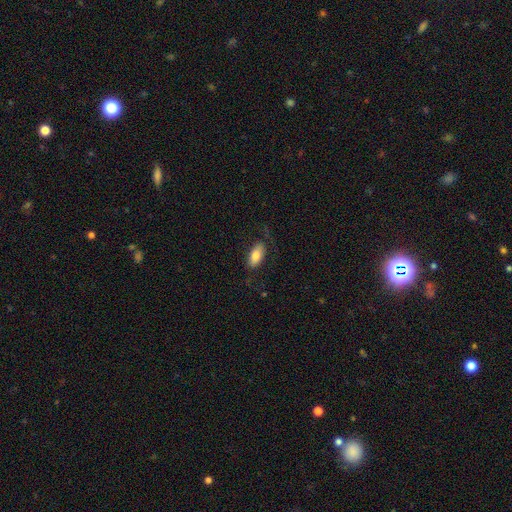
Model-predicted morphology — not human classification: smooth 77%, featured or disk 16%, star or artifact 7%. Down the decision tree: how rounded — in between (90%); merging — none (73%).